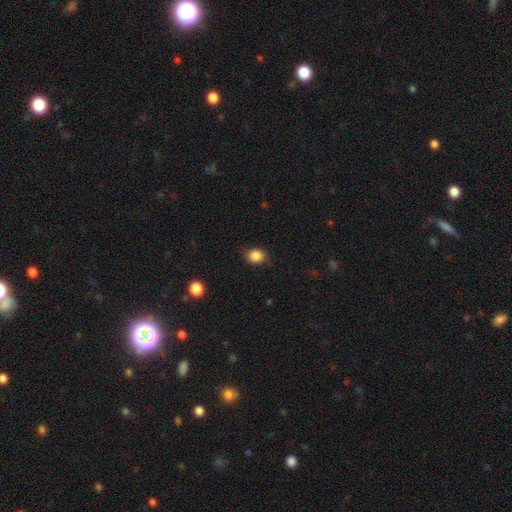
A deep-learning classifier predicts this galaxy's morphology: This appears to be a smooth galaxy with no disk features (86%) that is round (65%). Merging: none (76%).